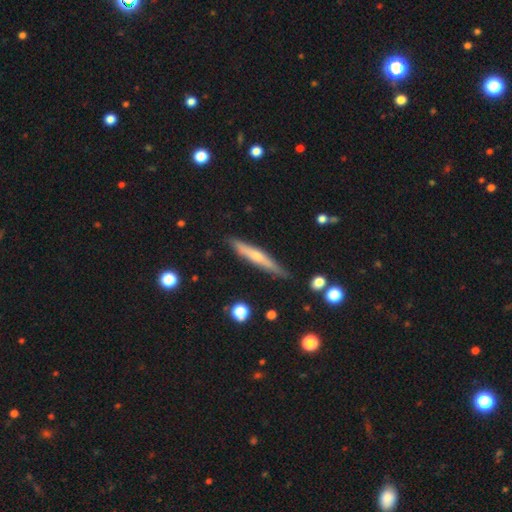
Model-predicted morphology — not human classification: A featured or disk galaxy (52%) viewed edge-on (94%).

Vote fractions:
- Smooth or featured? featured or disk: 52% / smooth: 42% / star or artifact: 6%
- Edge-on disk? yes: 94% / no: 6%
- Merging? none: 87% / minor disturbance: 10% / major disturbance: 2% / merger: 2%